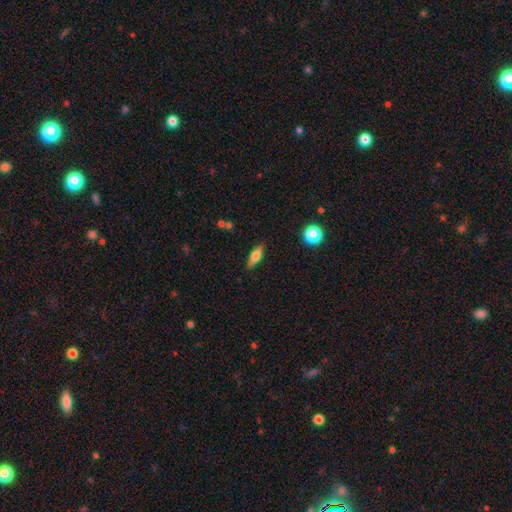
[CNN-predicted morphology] Smooth or featured? smooth (66%)
How rounded? in between (59%)
Merging? none (86%)